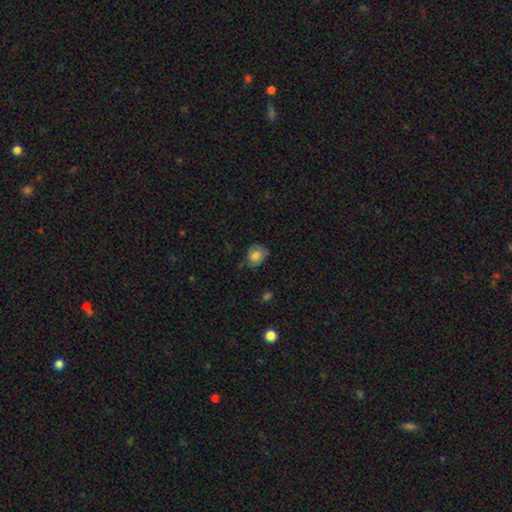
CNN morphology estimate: type=smooth (72%); roundness=round (53%); merging=none (62%).